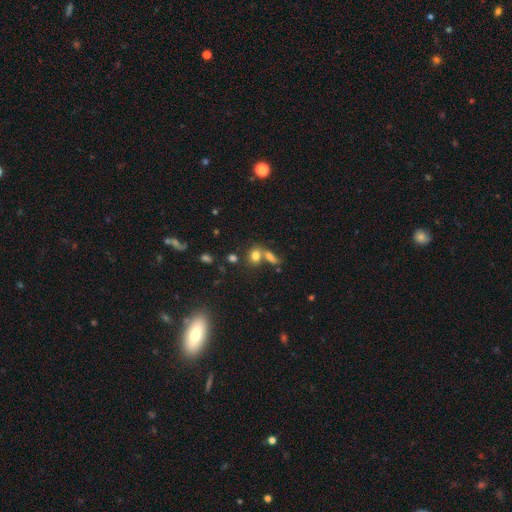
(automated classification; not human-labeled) smooth 76%, star or artifact 14%, featured or disk 11%. Down the decision tree: how rounded — in between (50%); merging — none (46%).